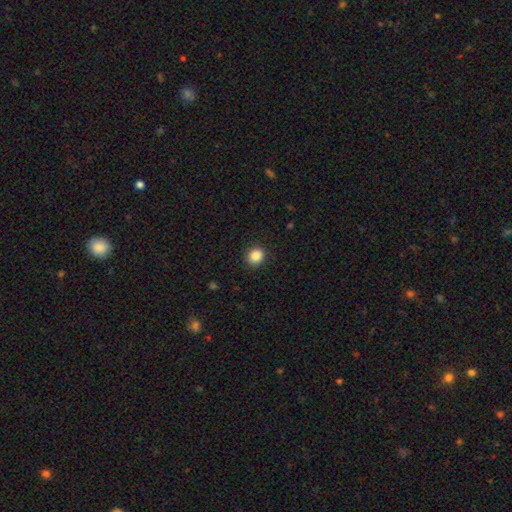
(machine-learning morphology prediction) Overall: smooth (87%). How rounded: round (82%). Merging: none (90%).